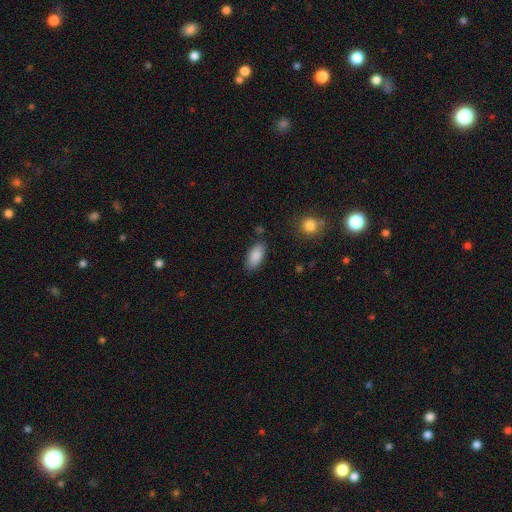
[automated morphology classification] smooth-or-featured: smooth: 88% | star or artifact: 7% | featured or disk: 5%
  how-rounded: in between: 90% | cigar-shaped: 8% | round: 2%
  merging: none: 82% | minor disturbance: 13% | major disturbance: 3% | merger: 3%